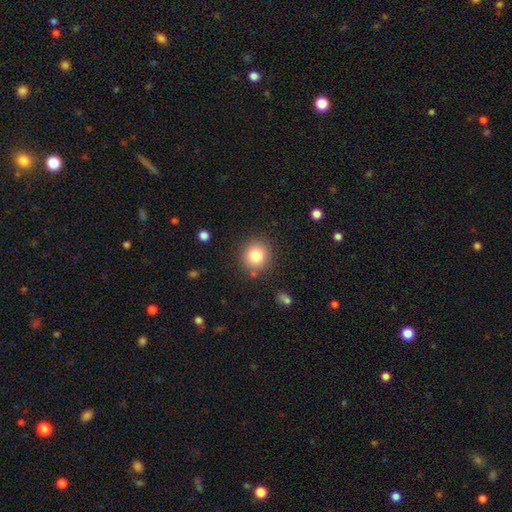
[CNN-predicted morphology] Smooth or featured?
  - smooth: 82% *
  - star or artifact: 11%
  - featured or disk: 8%
How rounded?
  - round: 89% *
  - in between: 10%
  - cigar-shaped: 1%
Merging?
  - none: 85% *
  - minor disturbance: 9%
  - major disturbance: 3%
  - merger: 3%